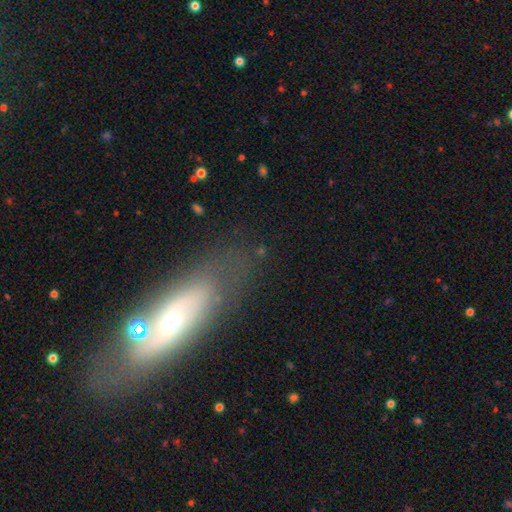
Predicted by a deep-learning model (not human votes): smooth-or-featured: featured or disk: 50% | smooth: 37% | star or artifact: 14%
  merging: none: 63% | minor disturbance: 19% | major disturbance: 11% | merger: 8%